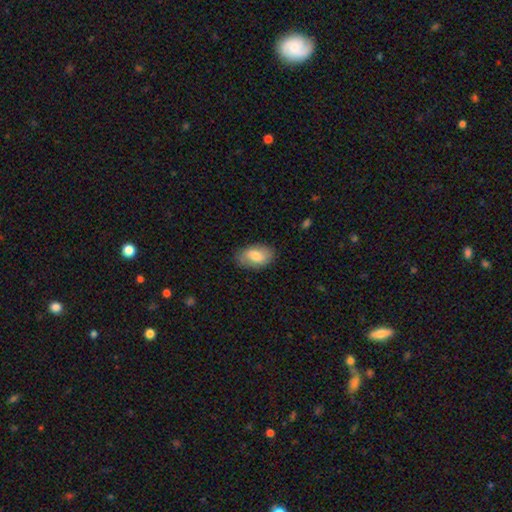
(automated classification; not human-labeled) Smooth or featured? smooth (68%)
How rounded? in between (91%)
Merging? none (82%)